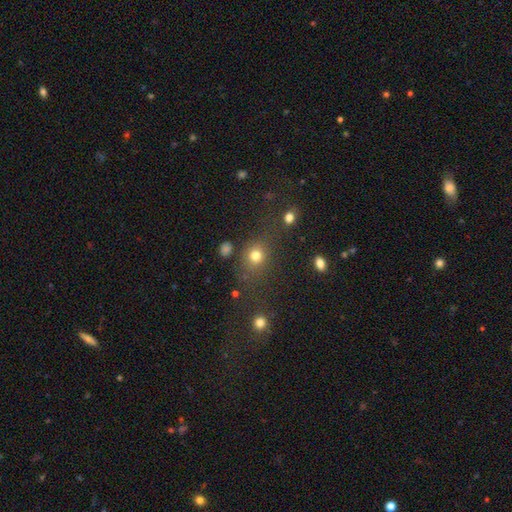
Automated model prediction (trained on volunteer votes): A smooth galaxy with no disk features (75%) that is round (73%).

Vote fractions:
- Smooth or featured? smooth: 75% / star or artifact: 16% / featured or disk: 9%
- How rounded? round: 73% / in between: 25% / cigar-shaped: 2%
- Merging? none: 67% / minor disturbance: 14% / merger: 10% / major disturbance: 9%